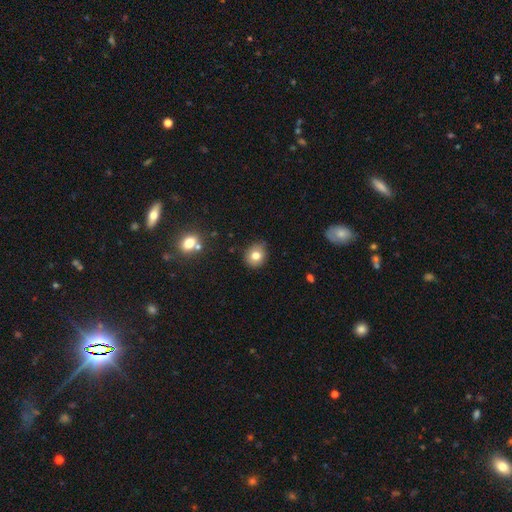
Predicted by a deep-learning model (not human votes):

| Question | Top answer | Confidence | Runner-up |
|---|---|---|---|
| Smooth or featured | smooth | 78% | star or artifact (12%) |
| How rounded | round | 77% | in between (22%) |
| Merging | none | 76% | minor disturbance (19%) |